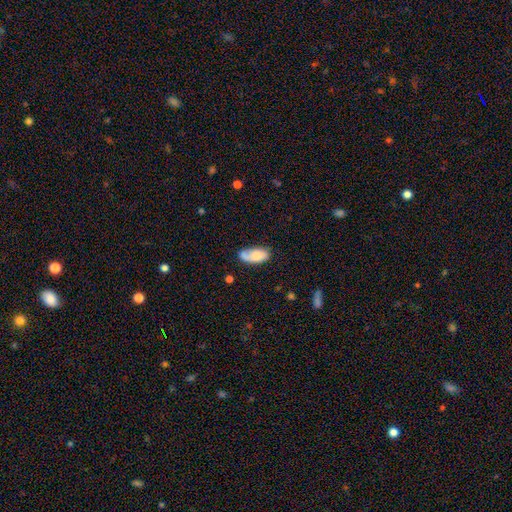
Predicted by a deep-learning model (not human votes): Q: Smooth or featured?
A: smooth (71%); runner-up: featured or disk (22%)
Q: How rounded?
A: in between (90%); runner-up: cigar-shaped (7%)
Q: Merging?
A: none (53%); runner-up: minor disturbance (28%)